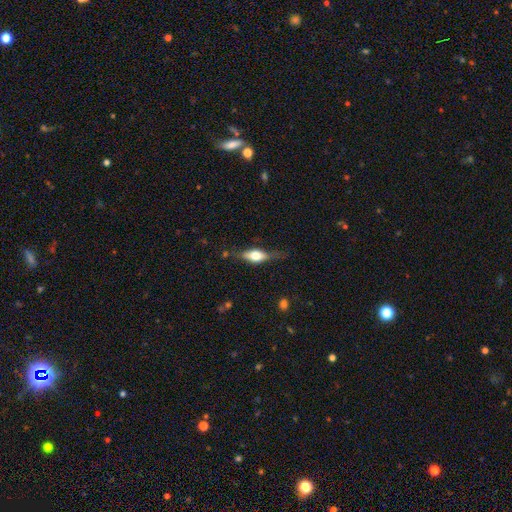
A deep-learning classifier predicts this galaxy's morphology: Smooth or featured? Predicted: featured or disk (p=0.49). Merging? Predicted: none (p=0.64).